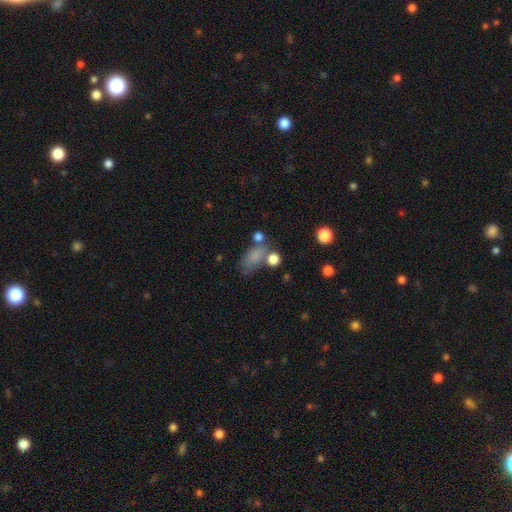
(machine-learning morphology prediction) smooth-or-featured: smooth: 77% | star or artifact: 13% | featured or disk: 11%
  how-rounded: in between: 82% | round: 13% | cigar-shaped: 6%
  merging: none: 46% | merger: 22% | minor disturbance: 20% | major disturbance: 12%